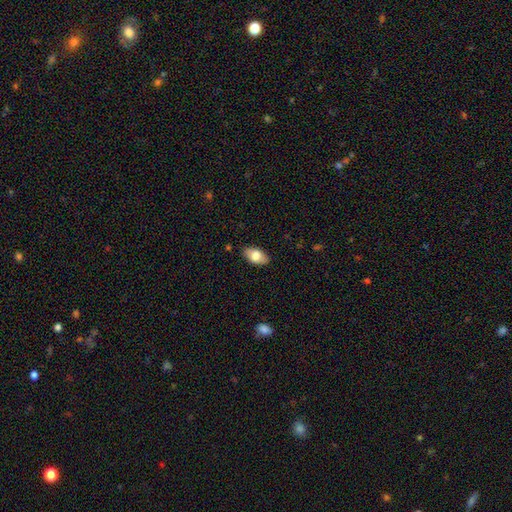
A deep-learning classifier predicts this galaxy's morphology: Smooth or featured: smooth — 75% (featured or disk — 18%)
How rounded: in between — 93% (round — 4%)
Merging: none — 85% (minor disturbance — 11%)